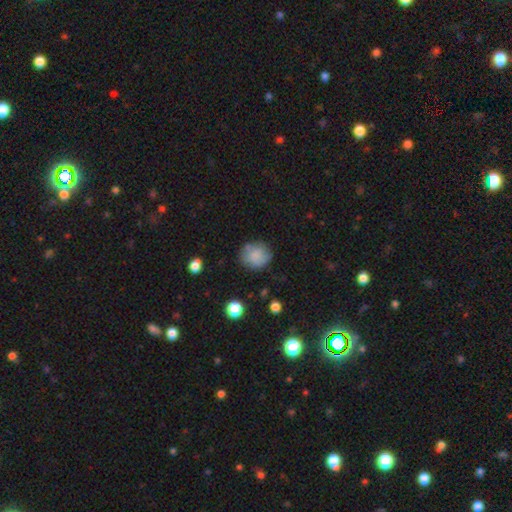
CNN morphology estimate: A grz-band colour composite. It shows a smooth galaxy with no disk features (80%) that is round (80%). Merging: none (72%).